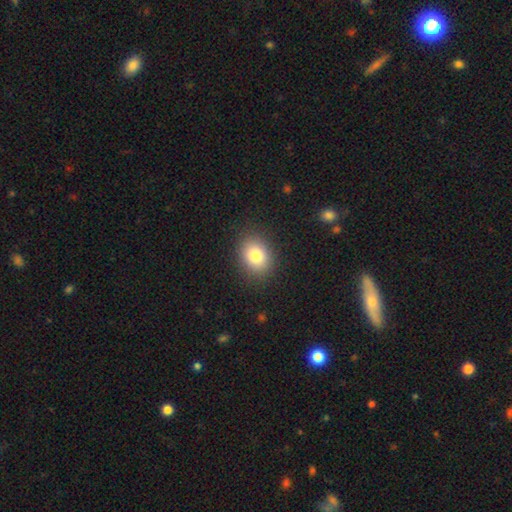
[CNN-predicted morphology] smooth-or-featured: smooth: 81% | star or artifact: 10% | featured or disk: 8%
  how-rounded: in between: 54% | round: 45% | cigar-shaped: 1%
  merging: none: 88% | minor disturbance: 8% | major disturbance: 3% | merger: 1%